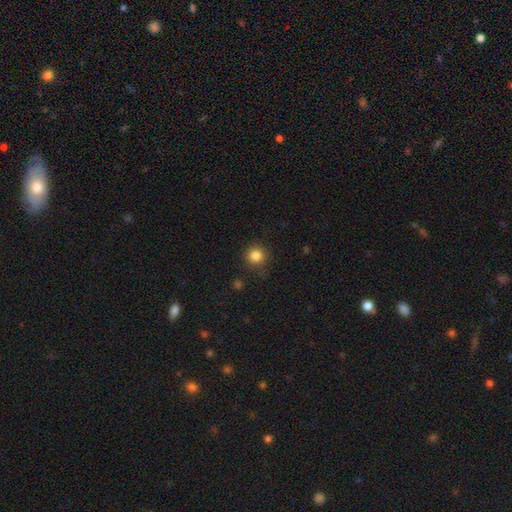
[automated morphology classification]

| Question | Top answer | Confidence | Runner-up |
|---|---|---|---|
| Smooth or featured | smooth | 85% | star or artifact (11%) |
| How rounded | round | 93% | in between (6%) |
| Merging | none | 86% | minor disturbance (10%) |